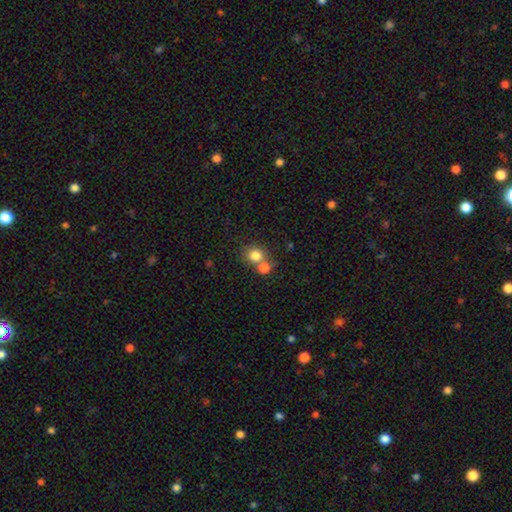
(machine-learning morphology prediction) The model was most divided on "merging": none: 49%, merger: 41%, minor disturbance: 7%, major disturbance: 3%. More confident: how rounded — round (81%); smooth or featured — smooth (80%).